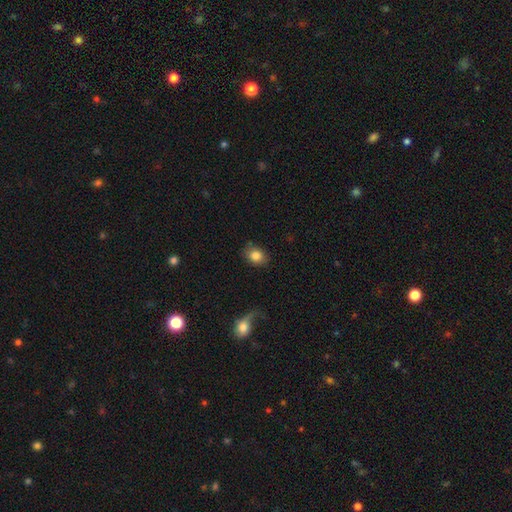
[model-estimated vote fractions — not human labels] This appears to be a smooth galaxy with no disk features (83%) that is in between round and cigar-shaped (54%). Merging: none (78%).